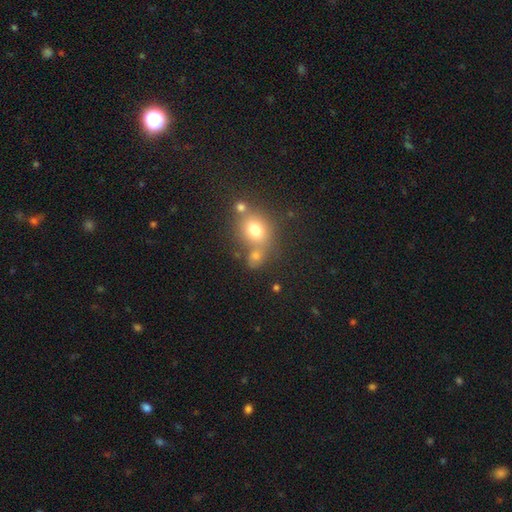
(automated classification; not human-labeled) Smooth or featured: smooth — 72% (star or artifact — 17%)
How rounded: round — 63% (in between — 35%)
Merging: none — 51% (merger — 32%)